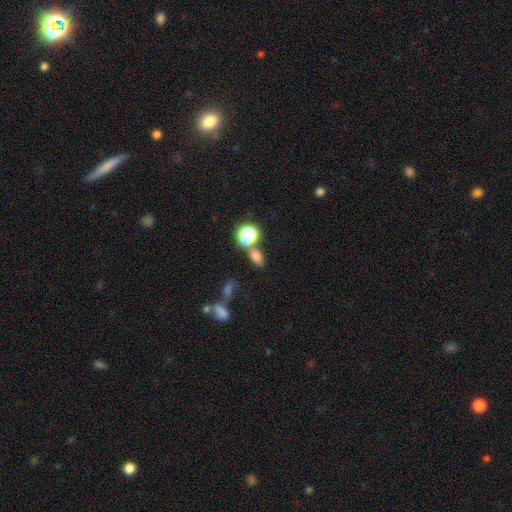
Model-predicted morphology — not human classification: This is likely a smooth galaxy (68%). How rounded: likely in between (73%). Merging: likely none (63%).